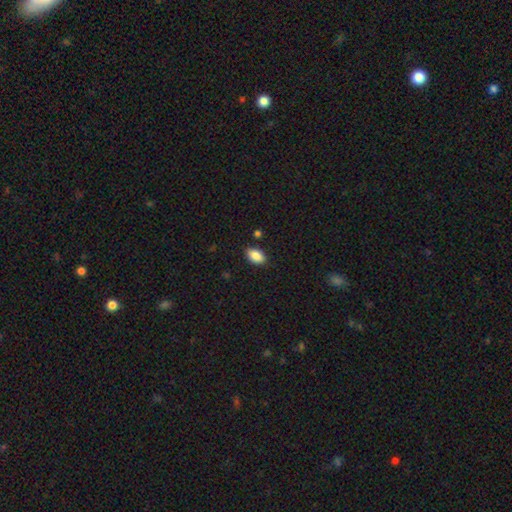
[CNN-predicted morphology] Overall: smooth (87%). How rounded: in between (91%). Merging: none (86%).